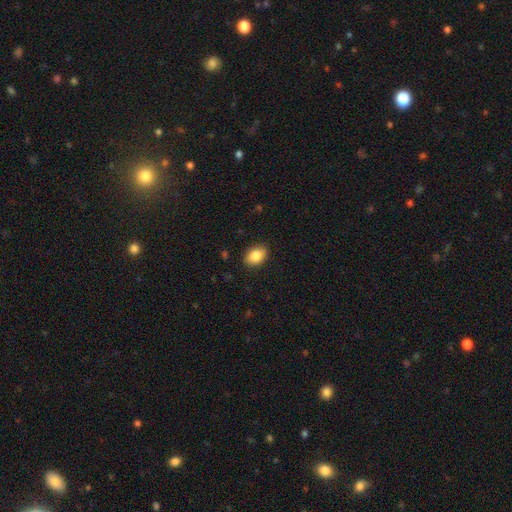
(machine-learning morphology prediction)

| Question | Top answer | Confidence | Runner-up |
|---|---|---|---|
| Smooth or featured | smooth | 86% | star or artifact (8%) |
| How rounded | in between | 80% | round (18%) |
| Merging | none | 87% | minor disturbance (10%) |